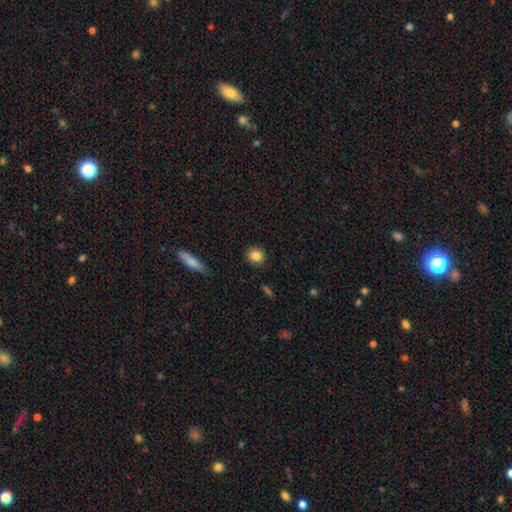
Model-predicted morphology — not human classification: Smooth or featured? Predicted: smooth (p=0.84). How rounded? Predicted: round (p=0.78). Merging? Predicted: none (p=0.87).